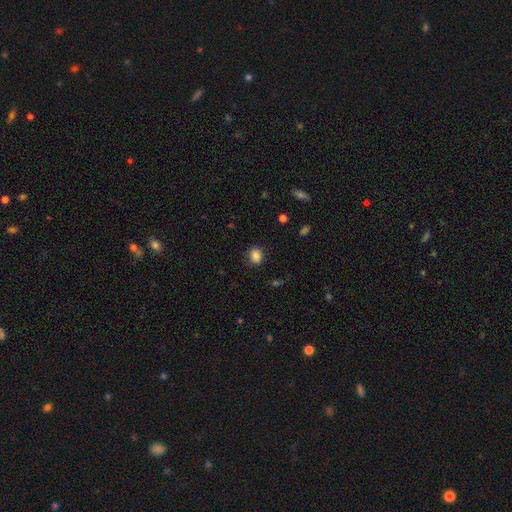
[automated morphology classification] Smooth or featured: smooth — 84% (star or artifact — 10%)
How rounded: round — 55% (in between — 44%)
Merging: none — 84% (minor disturbance — 11%)